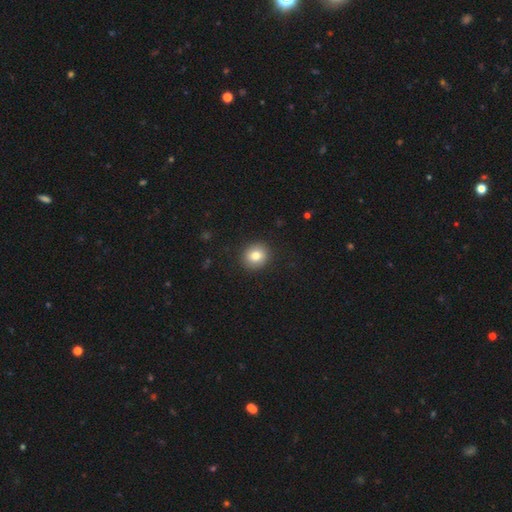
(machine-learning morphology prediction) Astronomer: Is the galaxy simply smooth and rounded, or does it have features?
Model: smooth — 81%.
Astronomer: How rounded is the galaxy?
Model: round — 82%.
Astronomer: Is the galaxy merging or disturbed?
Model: none — 90%.